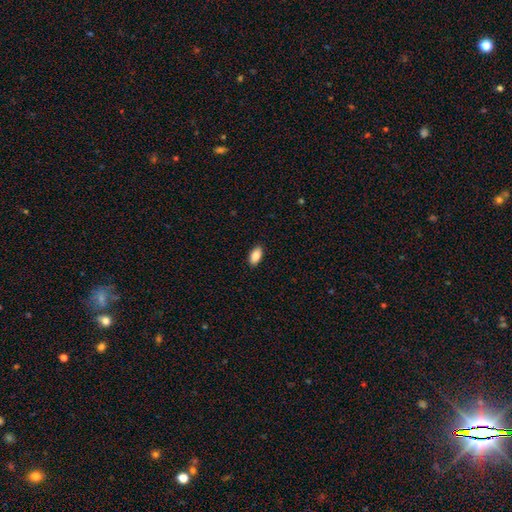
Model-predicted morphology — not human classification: A smooth galaxy with no disk features (88%) that is in between round and cigar-shaped (93%). Merging: none (89%).